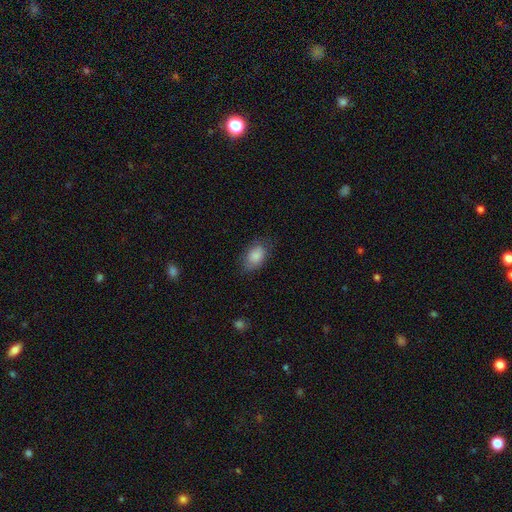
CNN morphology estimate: Smooth or featured? Predicted: smooth (p=0.84). How rounded? Predicted: in between (p=0.85). Merging? Predicted: none (p=0.73).